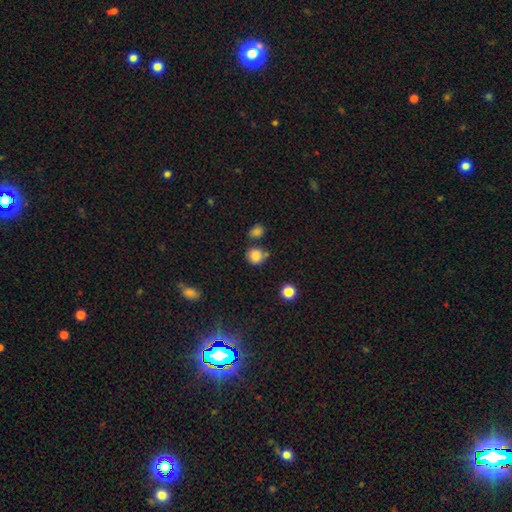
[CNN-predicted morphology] The model was most divided on "merging": none: 64%, minor disturbance: 17%, merger: 14%, major disturbance: 5%. More confident: smooth or featured — smooth (83%); how rounded — round (82%).